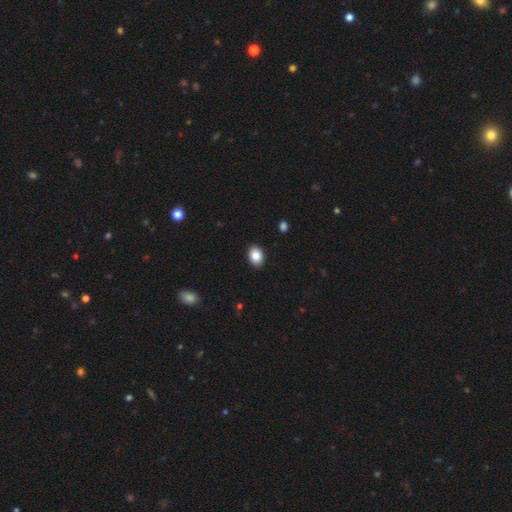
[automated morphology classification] smooth 87%, star or artifact 8%, featured or disk 5%. Down the decision tree: how rounded — in between (69%); merging — none (91%).